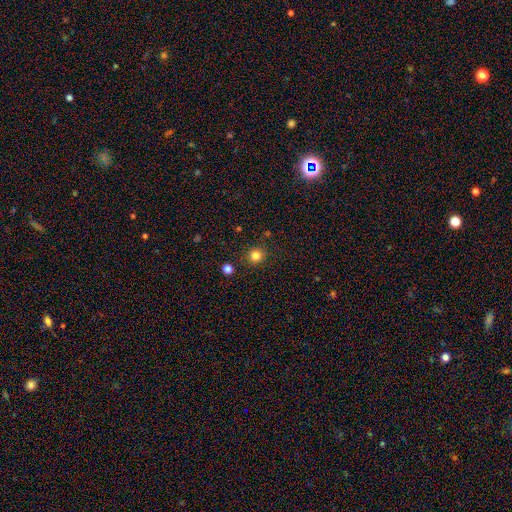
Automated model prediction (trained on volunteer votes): Morphology: type=smooth (82%); roundness=round (93%); merging=none (89%).